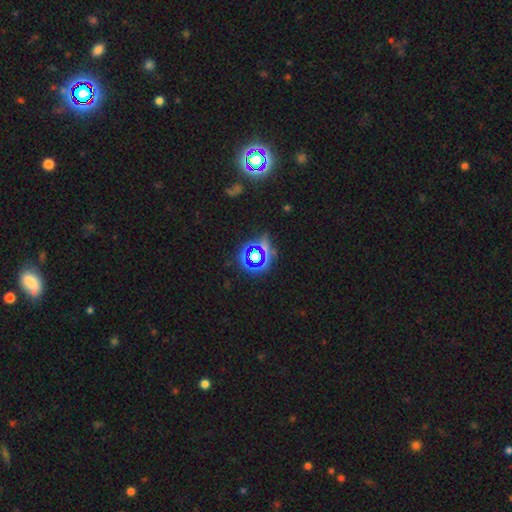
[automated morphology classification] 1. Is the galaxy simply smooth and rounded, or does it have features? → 68% star or artifact, 21% smooth, 11% featured or disk.